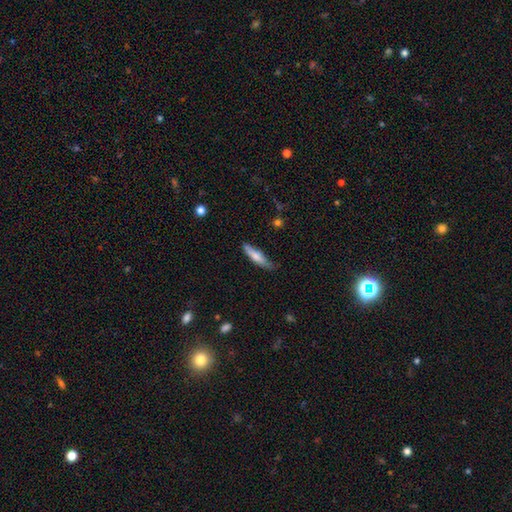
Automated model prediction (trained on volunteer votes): This is likely a smooth galaxy (67%). How rounded: likely cigar-shaped (77%). Merging: likely none (66%).